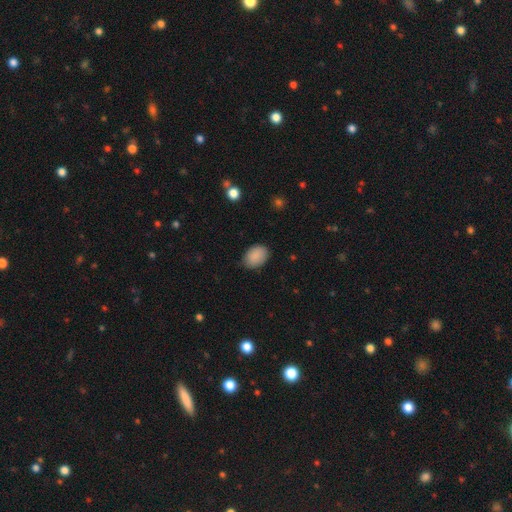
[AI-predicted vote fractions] A smooth galaxy with no disk features (89%) that is in between round and cigar-shaped (80%).

Vote fractions:
- Smooth or featured? smooth: 89% / star or artifact: 7% / featured or disk: 3%
- How rounded? in between: 80% / round: 19% / cigar-shaped: 1%
- Merging? none: 81% / minor disturbance: 15% / major disturbance: 3% / merger: 1%